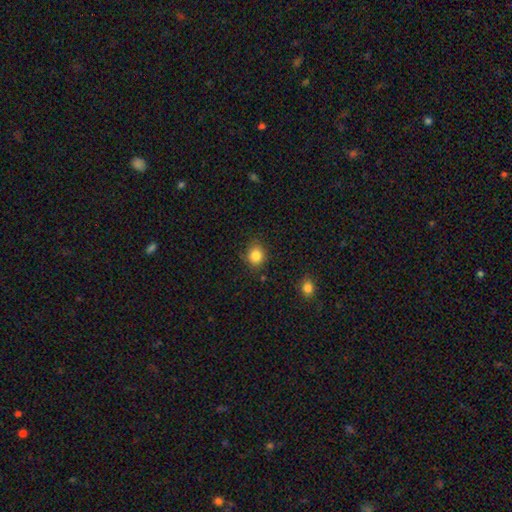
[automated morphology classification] A smooth galaxy with no disk features (84%) that is round (73%). Merging: none (82%).